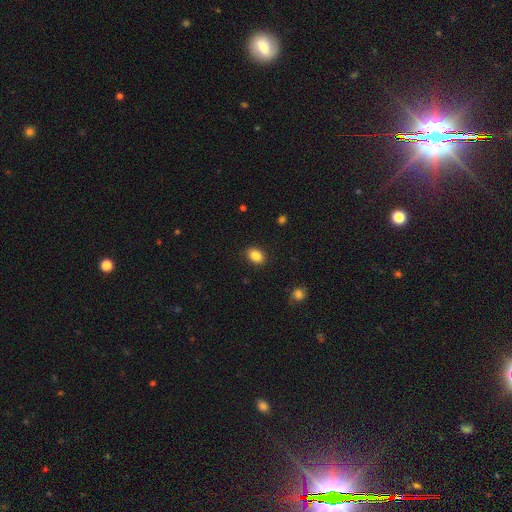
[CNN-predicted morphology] smooth-or-featured: smooth: 87% | star or artifact: 9% | featured or disk: 4%
  how-rounded: in between: 75% | round: 24% | cigar-shaped: 1%
  merging: none: 88% | minor disturbance: 8% | major disturbance: 2% | merger: 1%